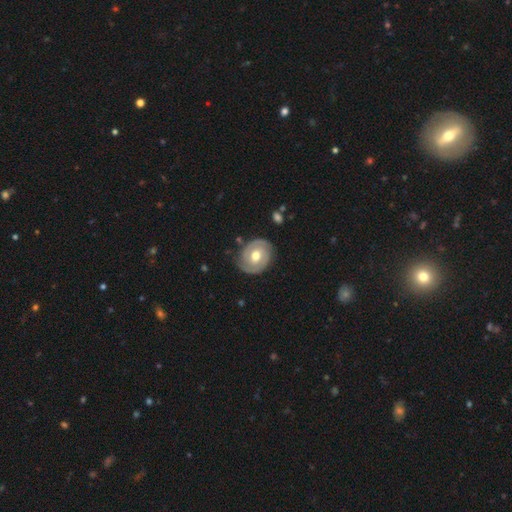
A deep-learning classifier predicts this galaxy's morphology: featured or disk 72%, smooth 23%, star or artifact 5%. Down the decision tree: edge-on disk — no (97%); bar — no (65%); spiral arms — yes (79%); spiral arm count — 2 (76%); spiral winding — tight (64%); bulge size — moderate (80%); merging — none (80%).